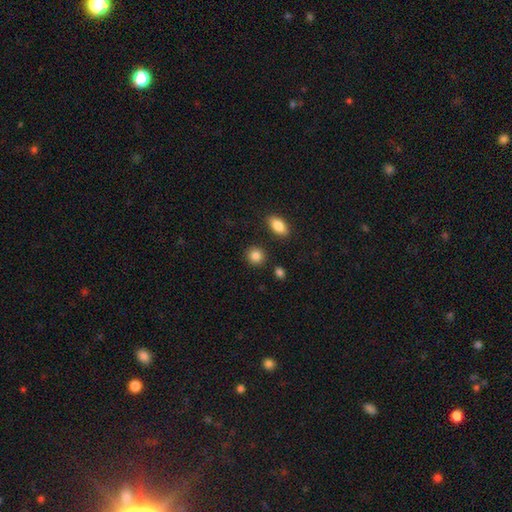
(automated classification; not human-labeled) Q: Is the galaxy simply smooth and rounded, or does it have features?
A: smooth — 86%.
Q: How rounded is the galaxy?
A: round — 84%.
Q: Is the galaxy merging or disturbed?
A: none — 88%.